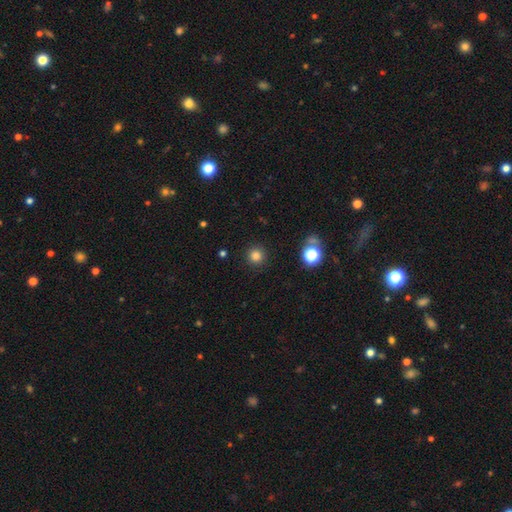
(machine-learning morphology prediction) A smooth galaxy with no disk features (82%) that is round (94%).

Vote fractions:
- Smooth or featured? smooth: 82% / star or artifact: 14% / featured or disk: 4%
- How rounded? round: 94% / in between: 5% / cigar-shaped: 1%
- Merging? none: 90% / minor disturbance: 6% / major disturbance: 3% / merger: 2%